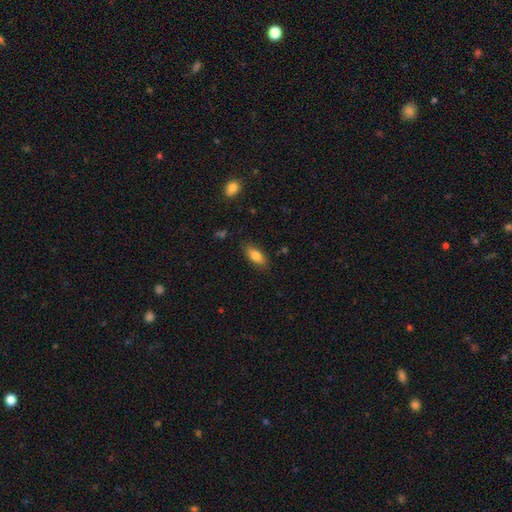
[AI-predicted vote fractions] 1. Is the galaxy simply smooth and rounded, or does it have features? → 80% smooth, 13% featured or disk, 7% star or artifact.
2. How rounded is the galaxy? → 82% in between, 15% cigar-shaped, 3% round.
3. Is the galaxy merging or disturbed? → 84% none, 12% minor disturbance, 3% major disturbance, 1% merger.